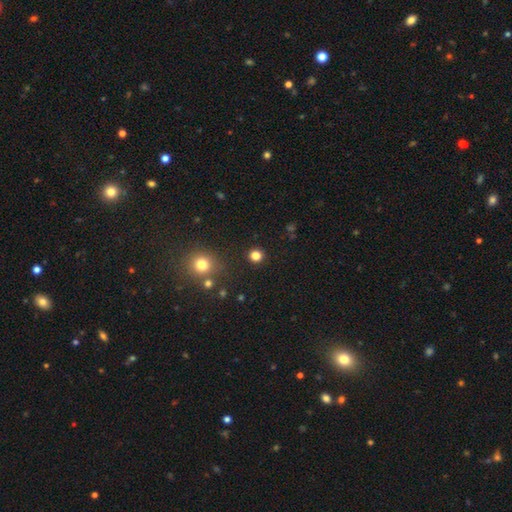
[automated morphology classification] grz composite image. It shows a smooth galaxy with no disk features (82%) that is round (93%). Merging: none (91%).